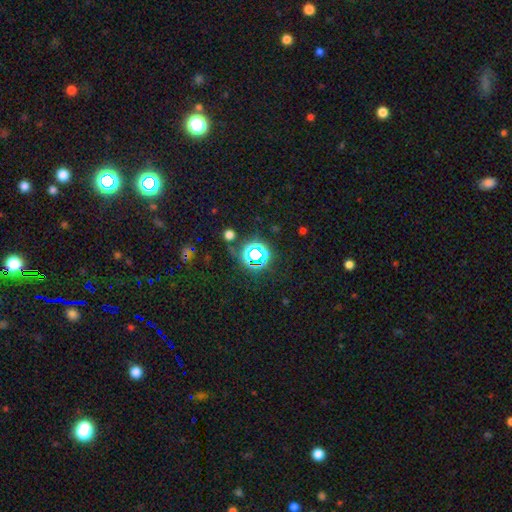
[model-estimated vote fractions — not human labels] Smooth or featured: star or artifact — 69% (smooth — 21%)